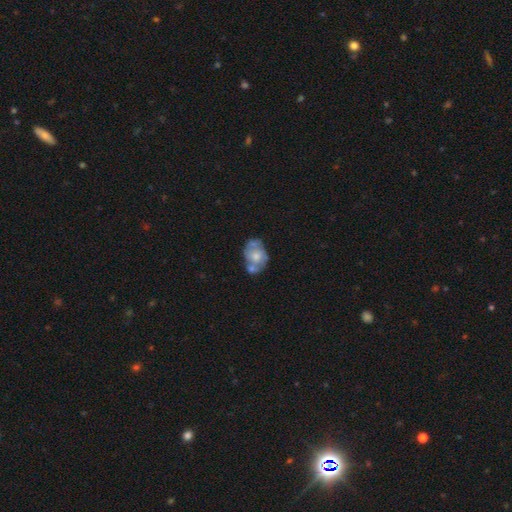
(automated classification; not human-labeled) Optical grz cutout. It shows a featured or disk galaxy (49%). Merging: merger (34%, tied with none).